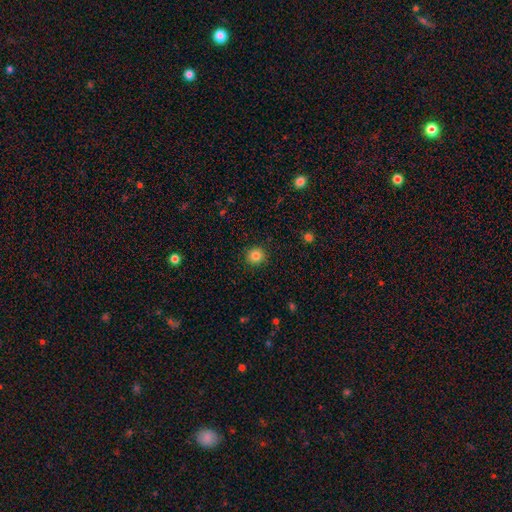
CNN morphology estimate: smooth 84%, star or artifact 11%, featured or disk 5%. Down the decision tree: how rounded — round (92%); merging — none (92%).